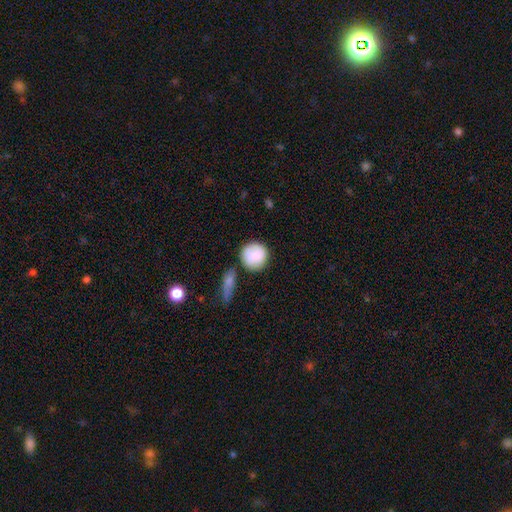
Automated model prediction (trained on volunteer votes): The model was most divided on "merging": none: 67%, minor disturbance: 17%, merger: 11%, major disturbance: 5%. More confident: how rounded — round (91%); smooth or featured — smooth (84%).